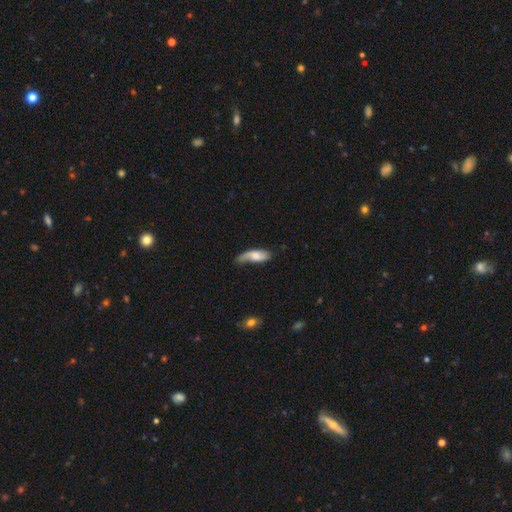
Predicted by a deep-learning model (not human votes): The model was most divided on "merging": none: 43%, minor disturbance: 38%, major disturbance: 15%, merger: 3%. More confident: how rounded — in between (67%); smooth or featured — smooth (60%).